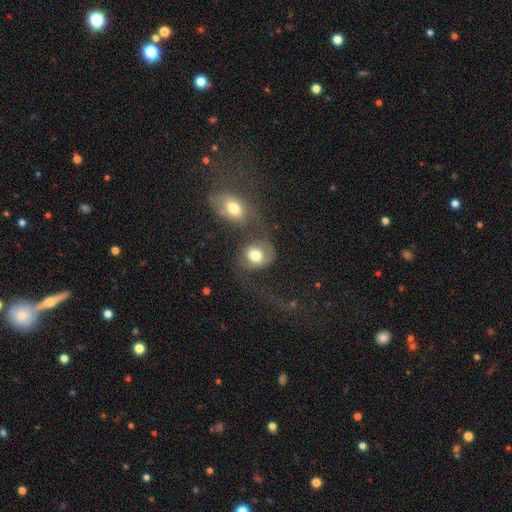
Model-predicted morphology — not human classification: smooth 64%, featured or disk 27%, star or artifact 9%. Down the decision tree: how rounded — round (56%); merging — merger (37%).